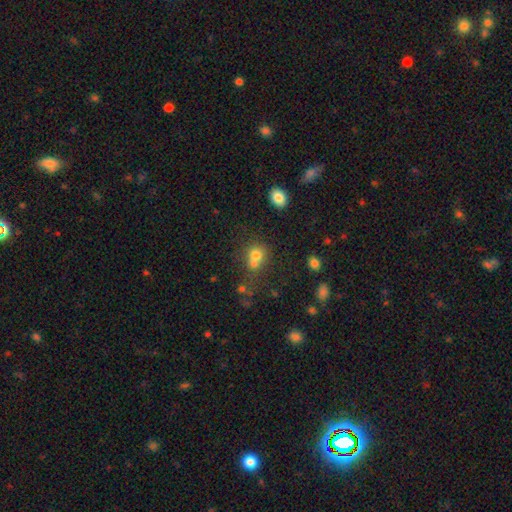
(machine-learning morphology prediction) smooth_or_featured: smooth (p=0.71) [alt: star or artifact p=0.15]
how_rounded: round (p=0.76) [alt: in between p=0.23]
merging: merger (p=0.49) [alt: none p=0.38]